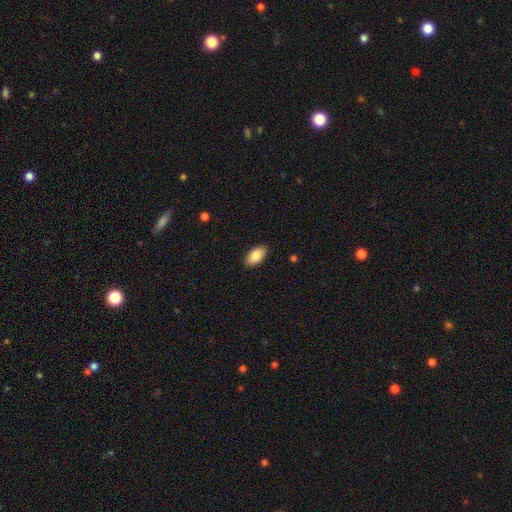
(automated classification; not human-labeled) A smooth galaxy with no disk features (88%) that is in between round and cigar-shaped (94%). Merging: none (88%).